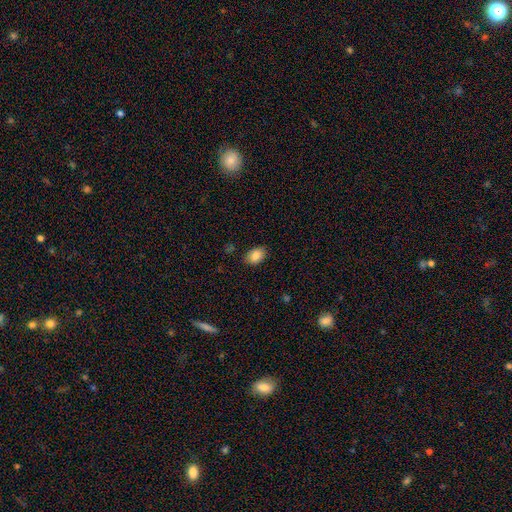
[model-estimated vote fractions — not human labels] Q: Smooth or featured?
A: smooth (86%); runner-up: star or artifact (8%)
Q: How rounded?
A: in between (80%); runner-up: round (19%)
Q: Merging?
A: none (85%); runner-up: minor disturbance (11%)